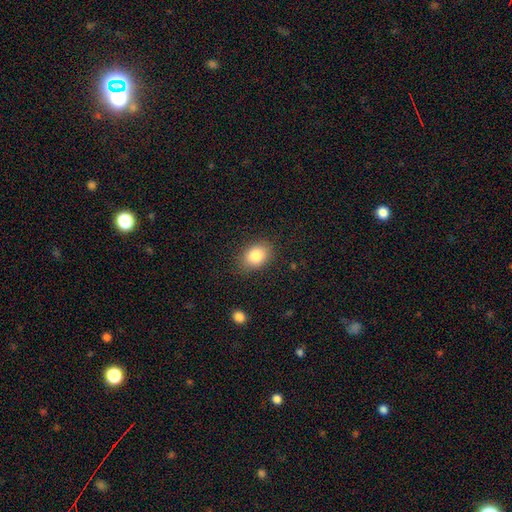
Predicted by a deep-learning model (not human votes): smooth_or_featured: smooth (p=0.84) [alt: star or artifact p=0.09]
how_rounded: in between (p=0.71) [alt: round p=0.28]
merging: none (p=0.85) [alt: minor disturbance p=0.11]